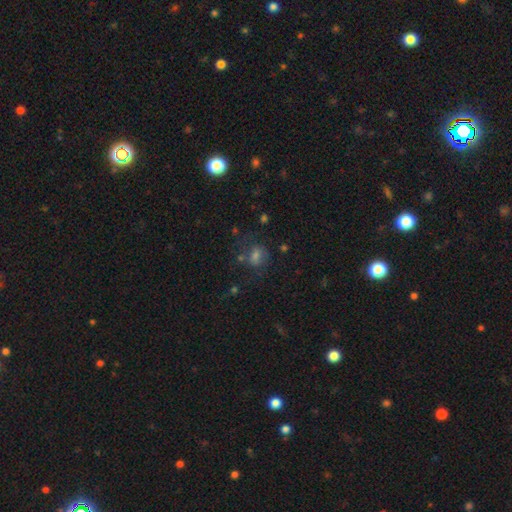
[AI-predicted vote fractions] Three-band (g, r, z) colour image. It shows a smooth galaxy with no disk features (52%) that is round (50%). Merging: none (60%).